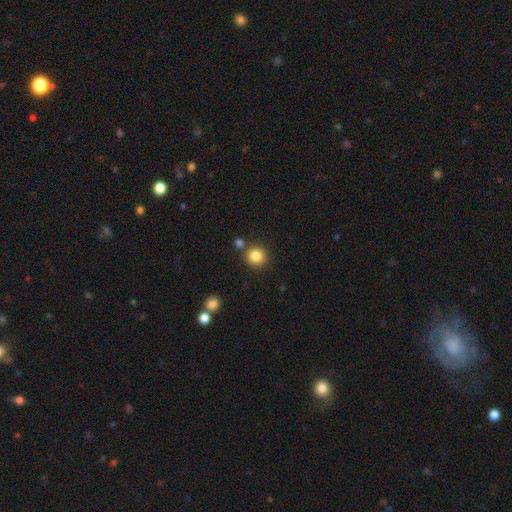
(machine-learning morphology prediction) type=smooth (84%); roundness=round (91%); merging=none (82%).